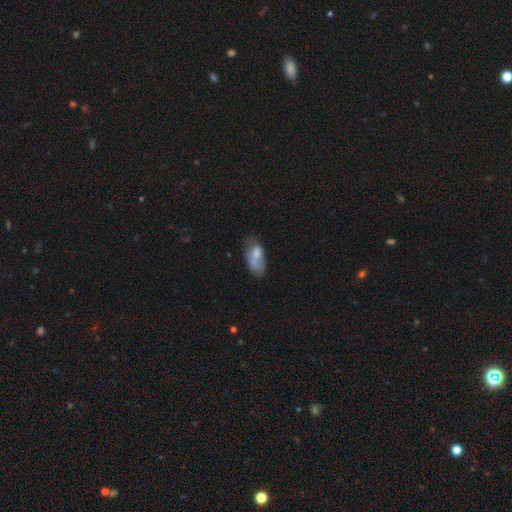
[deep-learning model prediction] The model was most divided on "merging": none: 34%, minor disturbance: 28%, major disturbance: 22%, merger: 16%. More confident: how rounded — in between (89%); smooth or featured — smooth (67%).